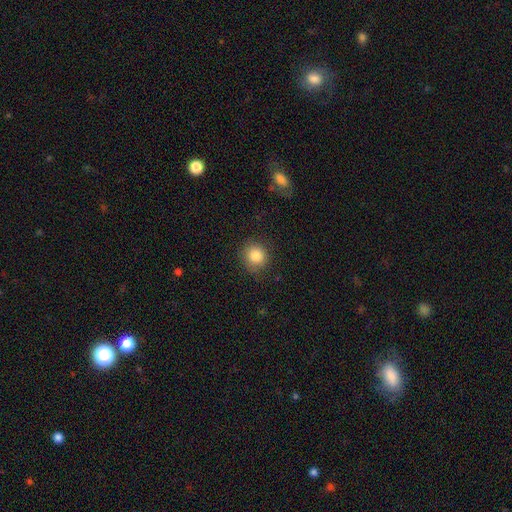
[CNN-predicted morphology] Smooth or featured? Predicted: smooth (p=0.84). How rounded? Predicted: round (p=0.90). Merging? Predicted: none (p=0.83).